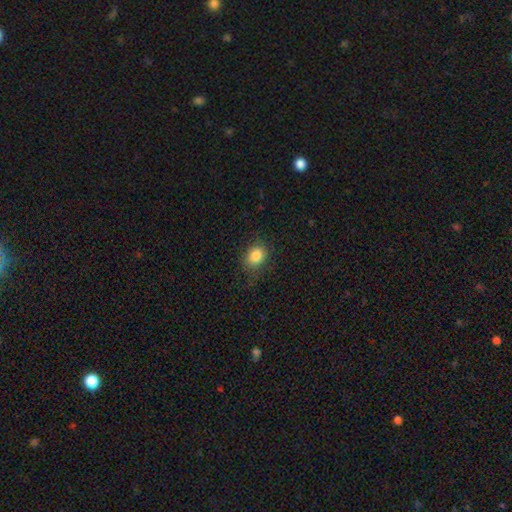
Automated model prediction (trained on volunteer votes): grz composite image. It shows a smooth galaxy with no disk features (84%) that is round (50%). Merging: none (79%).